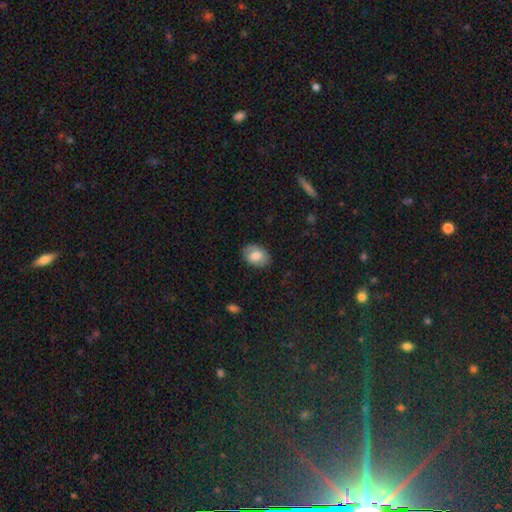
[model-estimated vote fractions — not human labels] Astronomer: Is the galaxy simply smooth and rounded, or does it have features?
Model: smooth — 74%.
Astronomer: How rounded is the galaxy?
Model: in between — 77%.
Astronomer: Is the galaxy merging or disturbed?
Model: none — 79%.